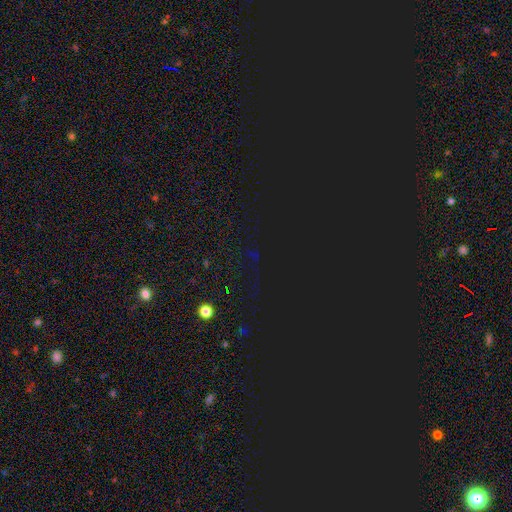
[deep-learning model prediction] smooth_or_featured: star or artifact (p=0.81) [alt: smooth p=0.14]